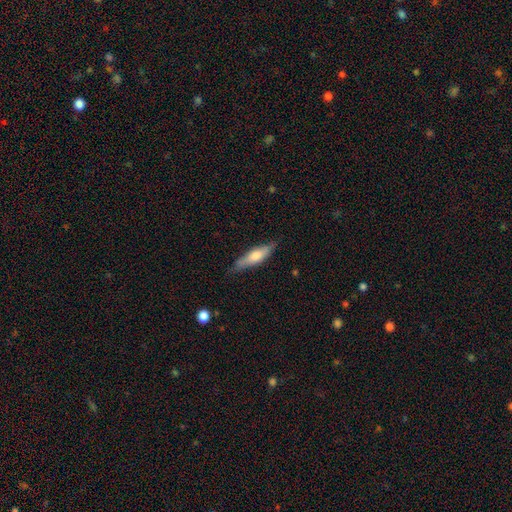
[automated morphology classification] This appears to be a smooth galaxy with no disk features (53%) that is cigar-shaped (70%). Merging: none (76%).